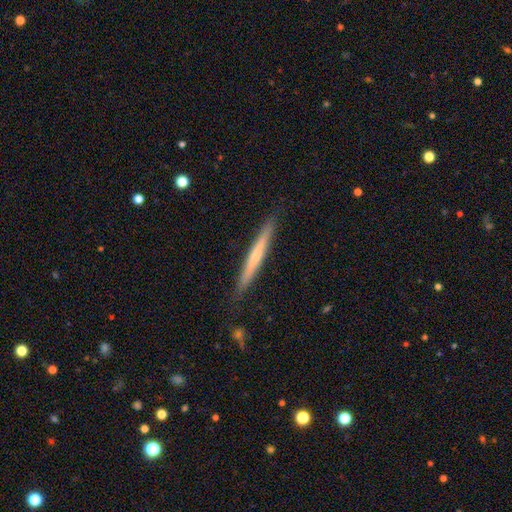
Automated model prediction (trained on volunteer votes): This is possibly a featured or disk galaxy (49%). Merging: clearly none (90%).